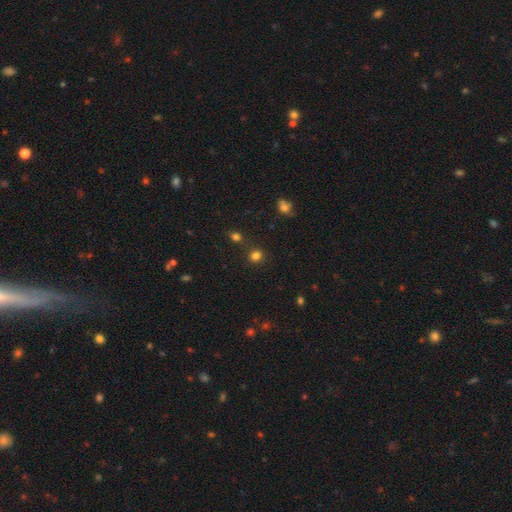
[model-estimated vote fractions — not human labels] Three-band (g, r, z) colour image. It shows a smooth galaxy with no disk features (78%) that is round (84%). Merging: none (80%).